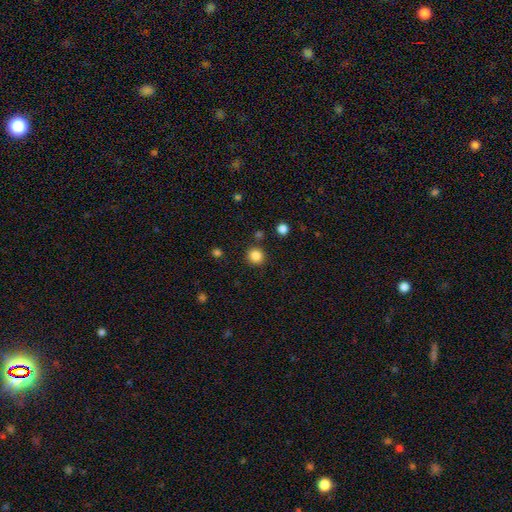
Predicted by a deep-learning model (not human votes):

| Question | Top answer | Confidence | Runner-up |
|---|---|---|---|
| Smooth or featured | smooth | 85% | star or artifact (11%) |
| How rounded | round | 94% | in between (6%) |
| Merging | none | 89% | minor disturbance (6%) |